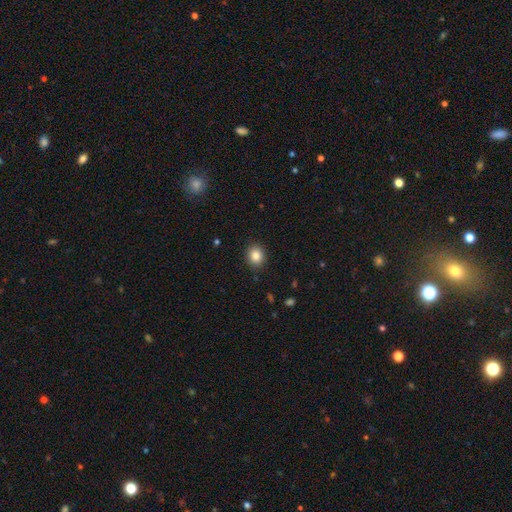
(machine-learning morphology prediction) Smooth or featured: smooth — 85% (star or artifact — 10%)
How rounded: round — 70% (in between — 29%)
Merging: none — 90% (minor disturbance — 7%)